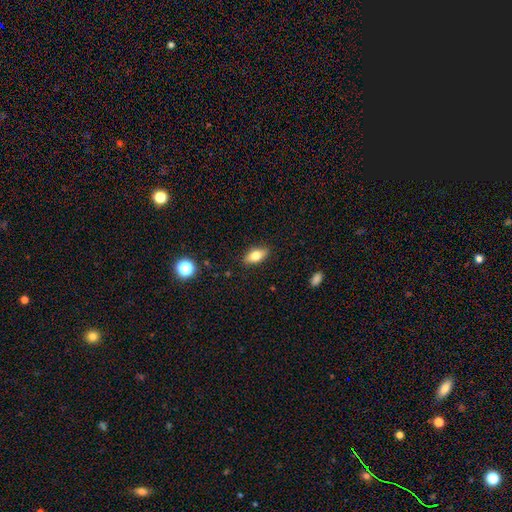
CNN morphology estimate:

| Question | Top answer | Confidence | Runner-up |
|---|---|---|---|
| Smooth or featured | smooth | 76% | featured or disk (16%) |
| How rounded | in between | 86% | cigar-shaped (9%) |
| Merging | none | 87% | minor disturbance (9%) |